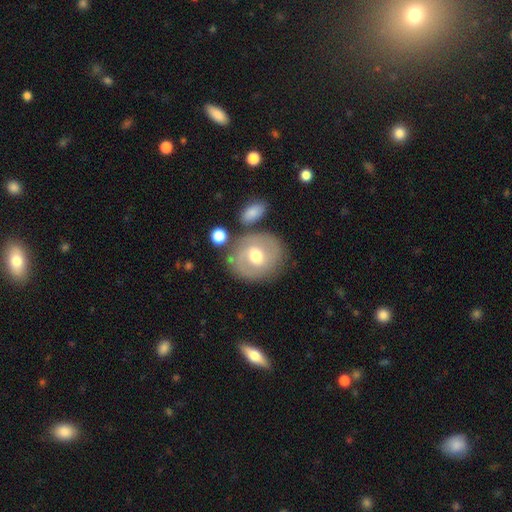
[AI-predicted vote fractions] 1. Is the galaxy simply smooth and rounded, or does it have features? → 54% featured or disk, 39% smooth, 7% star or artifact.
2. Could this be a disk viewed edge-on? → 95% no, 5% yes.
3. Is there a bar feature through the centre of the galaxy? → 47% no, 42% weak, 11% strong.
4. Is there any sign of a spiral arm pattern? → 64% yes, 36% no.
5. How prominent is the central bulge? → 76% moderate, 11% small, 11% large, 1% dominant, 1% none.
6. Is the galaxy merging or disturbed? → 71% none, 15% minor disturbance, 9% merger, 6% major disturbance.